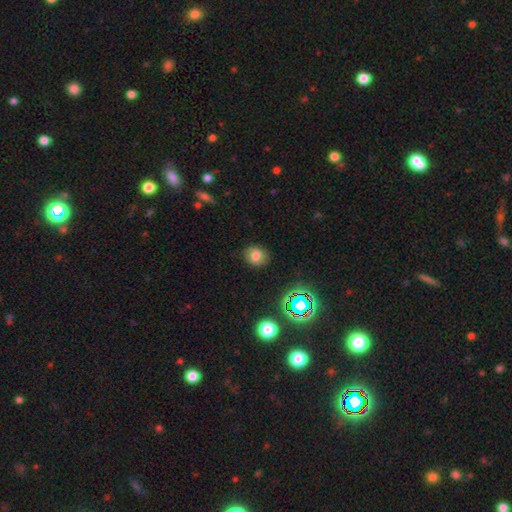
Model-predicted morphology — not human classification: Overall: smooth (72%). How rounded: round (61%; in between 38%). Merging: none (83%).